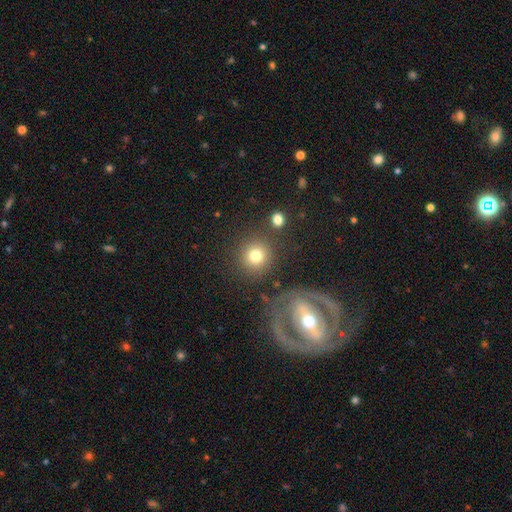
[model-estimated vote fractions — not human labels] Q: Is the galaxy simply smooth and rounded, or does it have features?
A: smooth — 79%.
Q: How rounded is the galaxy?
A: round — 92%.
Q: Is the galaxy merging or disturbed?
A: none — 81%.